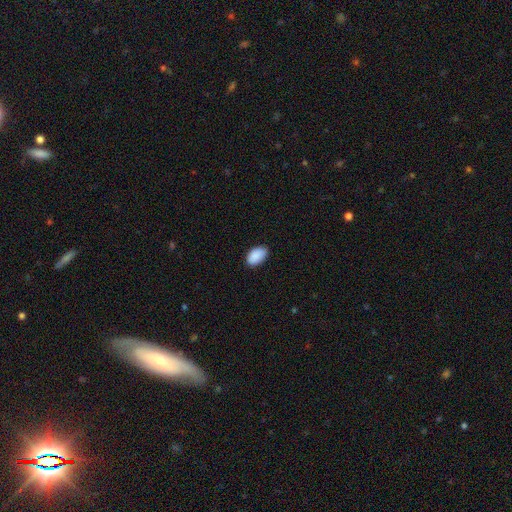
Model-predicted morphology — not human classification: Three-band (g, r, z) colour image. It shows a smooth galaxy with no disk features (91%) that is in between round and cigar-shaped (94%). Merging: none (83%).